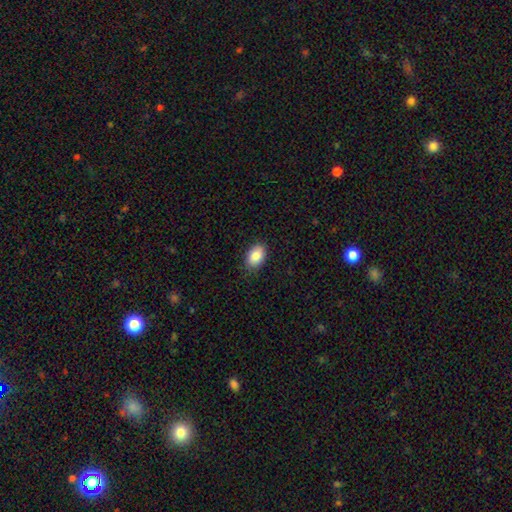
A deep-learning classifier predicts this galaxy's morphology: Smooth or featured?
  - smooth: 87% *
  - star or artifact: 7%
  - featured or disk: 6%
How rounded?
  - in between: 87% *
  - round: 12%
  - cigar-shaped: 1%
Merging?
  - none: 86% *
  - minor disturbance: 11%
  - major disturbance: 2%
  - merger: 1%